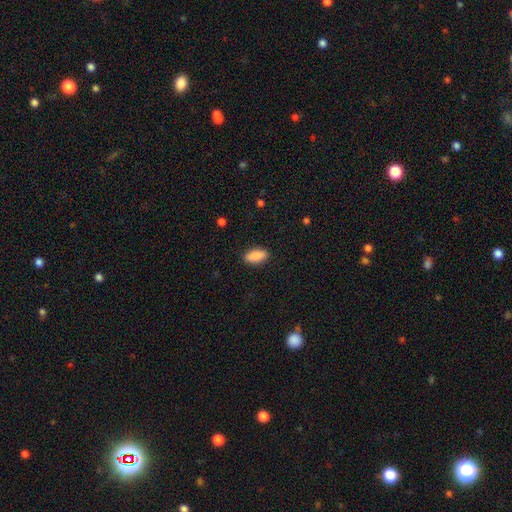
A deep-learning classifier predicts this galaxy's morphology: Smooth or featured? Predicted: smooth (p=0.88). How rounded? Predicted: in between (p=0.86). Merging? Predicted: none (p=0.88).